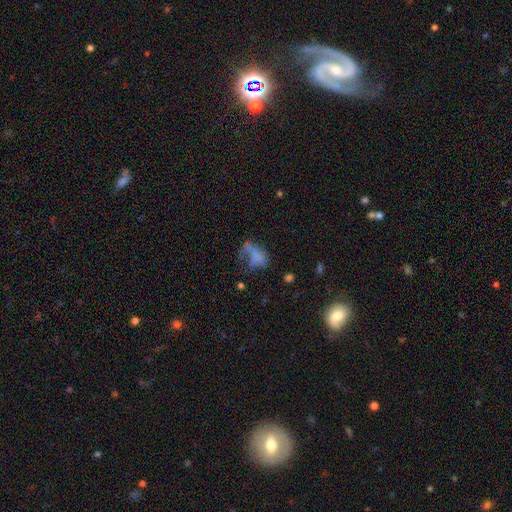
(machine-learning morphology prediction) This is possibly a smooth galaxy (53%). How rounded: clearly in between (81%). Merging: possibly major disturbance (46%).